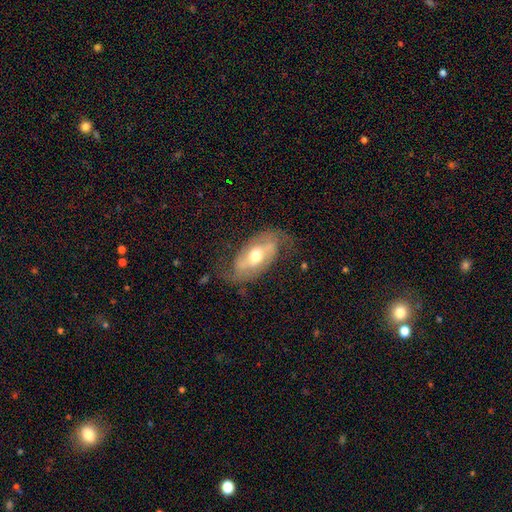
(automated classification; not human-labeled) Morphology: type=featured or disk (75%); edge-on=no (92%); bar=no (38%, tied with weak); spiral arms=yes (85%); winding=medium (44%); arm count=2 (84%); bulge=moderate (71%); merging=none (63%).